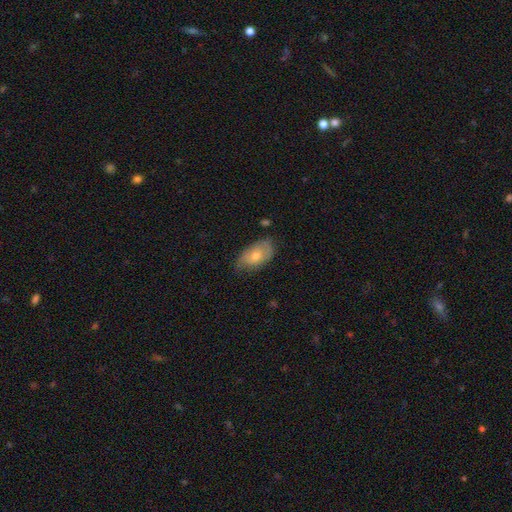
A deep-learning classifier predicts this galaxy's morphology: type=smooth (54%); roundness=in between (91%); merging=none (64%).